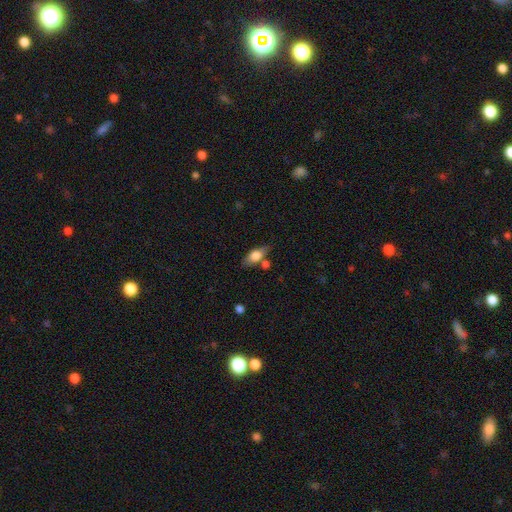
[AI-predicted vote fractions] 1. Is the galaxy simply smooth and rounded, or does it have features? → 68% smooth, 25% featured or disk, 7% star or artifact.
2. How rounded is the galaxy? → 78% in between, 16% cigar-shaped, 6% round.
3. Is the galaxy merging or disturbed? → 64% none, 19% minor disturbance, 12% merger, 5% major disturbance.